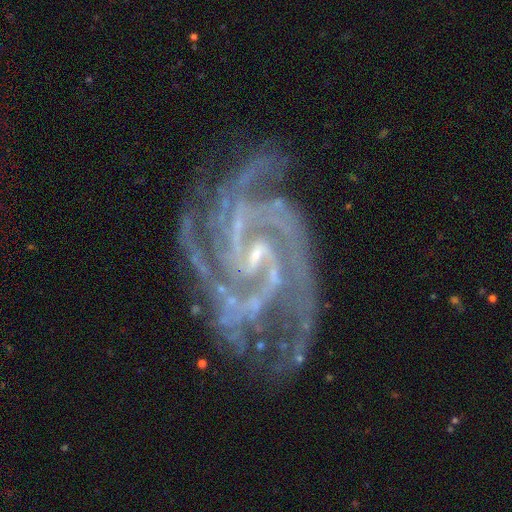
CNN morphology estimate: Overall: featured or disk (93%). Edge-on disk: no (98%). Bar: weak (44%; strong 30%). Spiral arms: yes (99%). Spiral arm count: 2 (29%; 3 26%). Spiral winding: tight (51%; medium 42%). Bulge size: small (76%). Merging: none (63%).